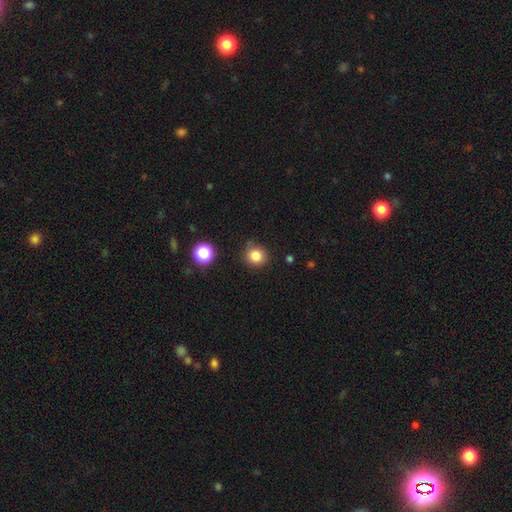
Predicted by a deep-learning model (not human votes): A smooth galaxy with no disk features (83%) that is round (89%).

Vote fractions:
- Smooth or featured? smooth: 83% / star or artifact: 12% / featured or disk: 5%
- How rounded? round: 89% / in between: 10% / cigar-shaped: 1%
- Merging? none: 83% / minor disturbance: 12% / major disturbance: 3% / merger: 2%